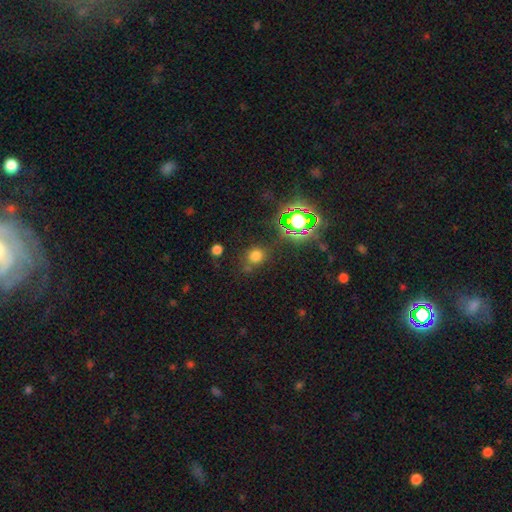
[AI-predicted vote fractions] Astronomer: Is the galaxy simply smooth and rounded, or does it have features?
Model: smooth — 63%.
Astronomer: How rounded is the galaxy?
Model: round — 78%.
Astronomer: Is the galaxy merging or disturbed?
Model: none — 71%.